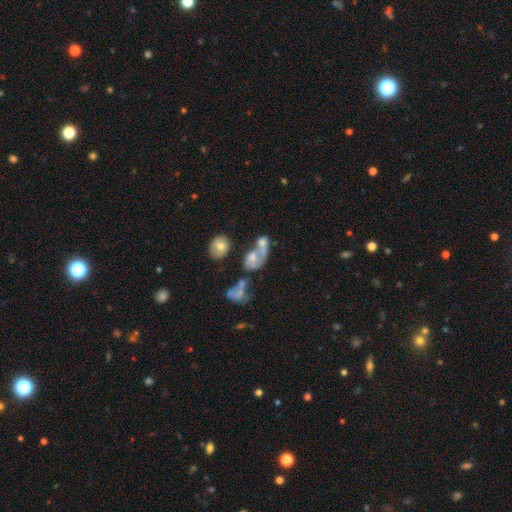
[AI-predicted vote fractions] The model was most divided on "smooth or featured": featured or disk: 48%, smooth: 38%, star or artifact: 15%. More confident: merging — merger (55%).